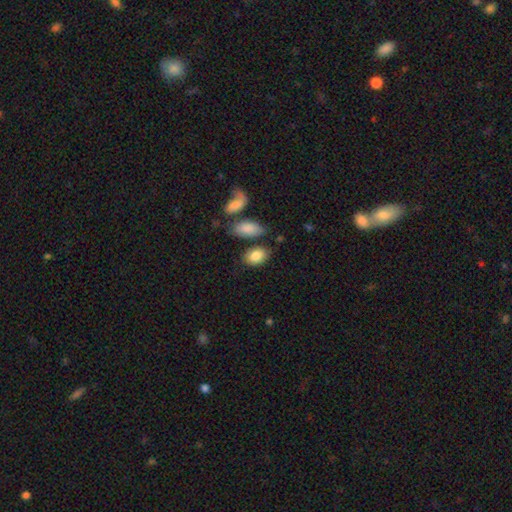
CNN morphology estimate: This is clearly a smooth galaxy (85%). How rounded: clearly in between (87%). Merging: likely none (70%).